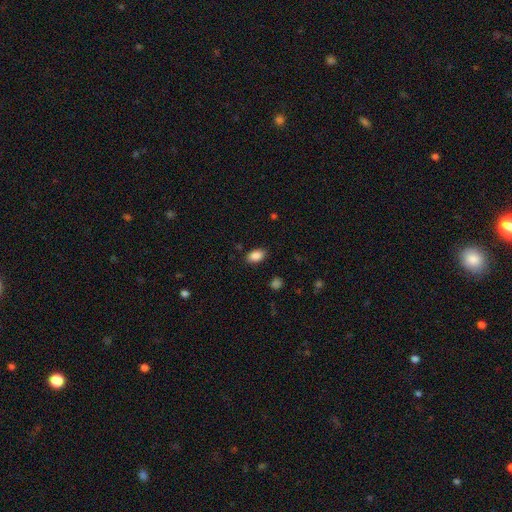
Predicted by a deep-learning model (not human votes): Smooth or featured: smooth — 88% (star or artifact — 8%)
How rounded: in between — 89% (round — 9%)
Merging: none — 87% (minor disturbance — 10%)